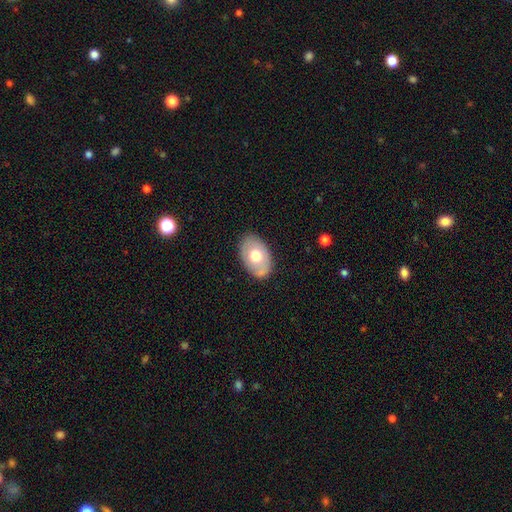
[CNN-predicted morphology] Smooth or featured: smooth — 60% (featured or disk — 34%)
How rounded: in between — 85% (round — 14%)
Merging: none — 79% (minor disturbance — 15%)